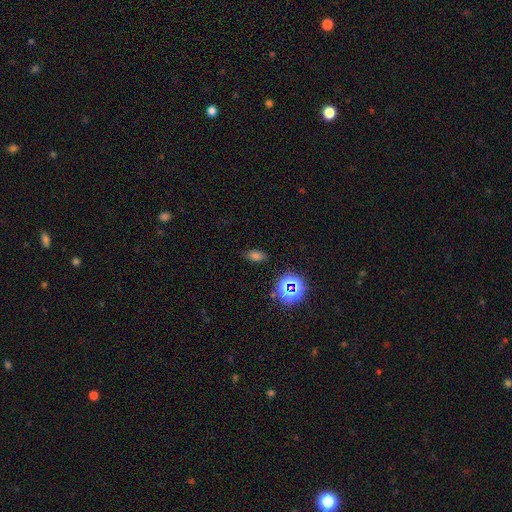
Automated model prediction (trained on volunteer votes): A smooth galaxy with no disk features (67%) that is in between round and cigar-shaped (83%).

Vote fractions:
- Smooth or featured? smooth: 67% / star or artifact: 25% / featured or disk: 8%
- How rounded? in between: 83% / round: 12% / cigar-shaped: 5%
- Merging? none: 81% / minor disturbance: 13% / major disturbance: 4% / merger: 2%